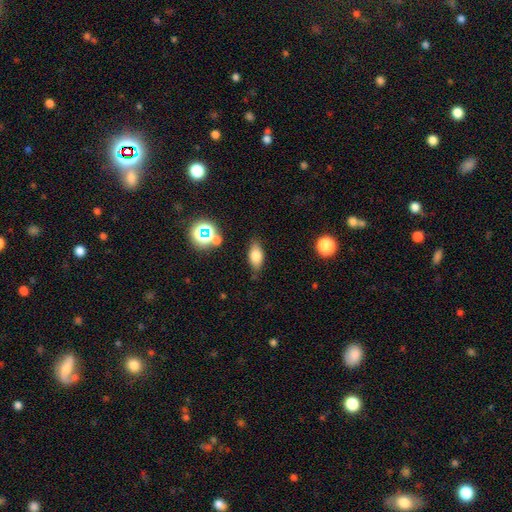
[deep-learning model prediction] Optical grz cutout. It shows a smooth galaxy with no disk features (74%) that is in between round and cigar-shaped (85%). Merging: none (80%).